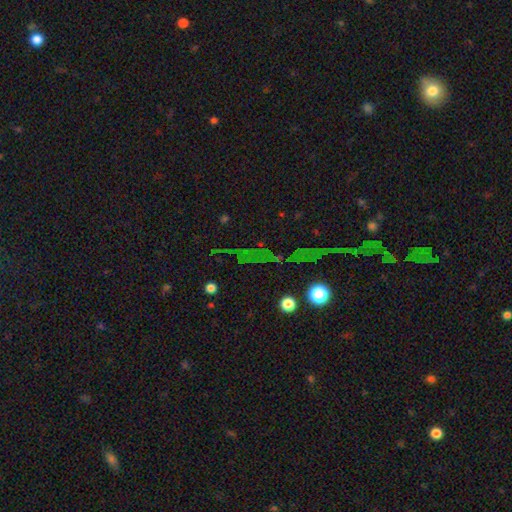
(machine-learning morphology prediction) smooth_or_featured: star or artifact (p=0.73) [alt: smooth p=0.15]